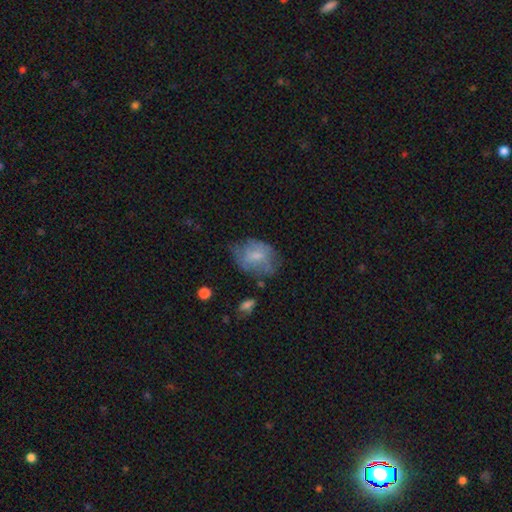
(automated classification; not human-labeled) smooth_or_featured: smooth (p=0.54) [alt: featured or disk p=0.38]
how_rounded: in between (p=0.68) [alt: round p=0.31]
merging: none (p=0.48) [alt: minor disturbance p=0.31]